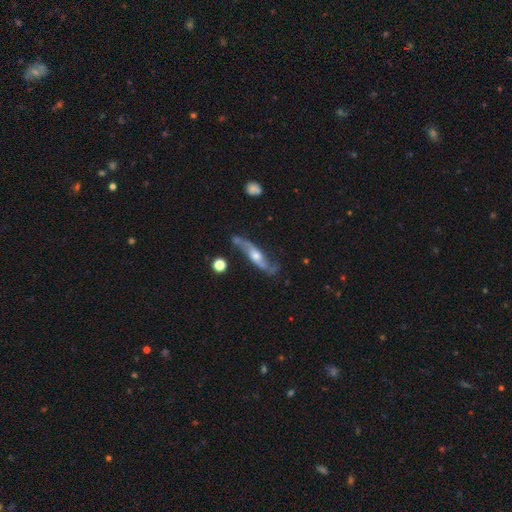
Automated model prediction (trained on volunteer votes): smooth_or_featured: featured or disk (p=0.79) [alt: smooth p=0.16]
disk_edge_on: no (p=0.64) [alt: yes p=0.36]
bar: no (p=0.58) [alt: weak p=0.30]
has_spiral_arms: yes (p=0.91) [alt: no p=0.09]
bulge_size: moderate (p=0.62) [alt: small p=0.24]
merging: none (p=0.64) [alt: minor disturbance p=0.21]